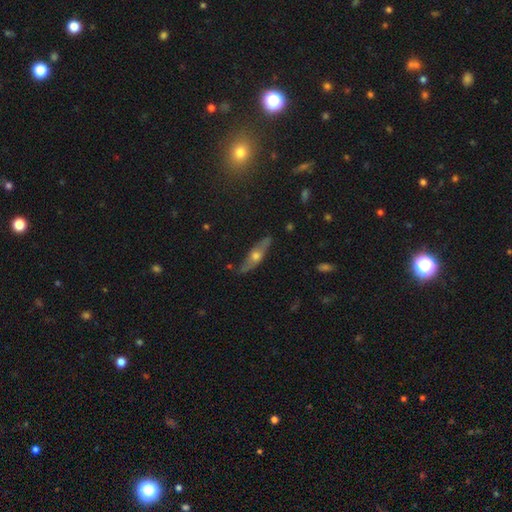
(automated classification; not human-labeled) Smooth or featured: featured or disk — 61% (smooth — 31%)
Edge-on disk: yes — 79% (no — 21%)
Merging: none — 80% (minor disturbance — 15%)